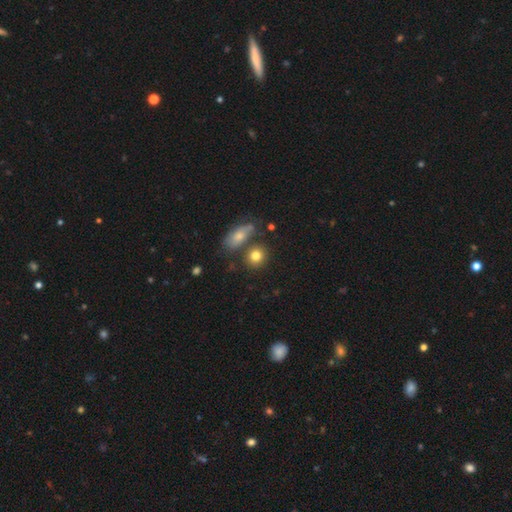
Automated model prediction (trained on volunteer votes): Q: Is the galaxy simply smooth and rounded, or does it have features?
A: smooth — 81%.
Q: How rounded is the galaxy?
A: round — 75%.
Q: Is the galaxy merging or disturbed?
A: none — 69%.